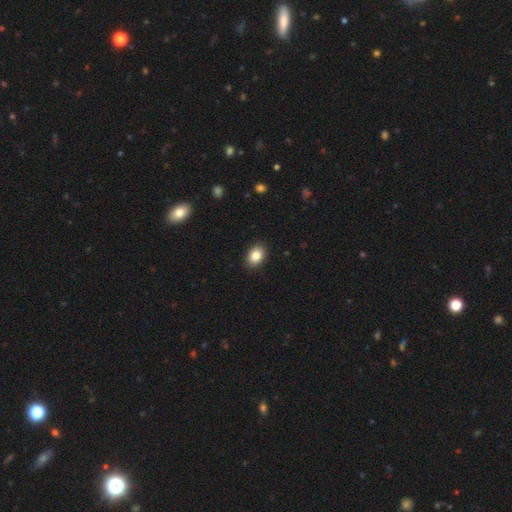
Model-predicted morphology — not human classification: A smooth galaxy with no disk features (85%) that is in between round and cigar-shaped (71%).

Vote fractions:
- Smooth or featured? smooth: 85% / star or artifact: 9% / featured or disk: 6%
- How rounded? in between: 71% / round: 28% / cigar-shaped: 1%
- Merging? none: 90% / minor disturbance: 8% / major disturbance: 2% / merger: 1%